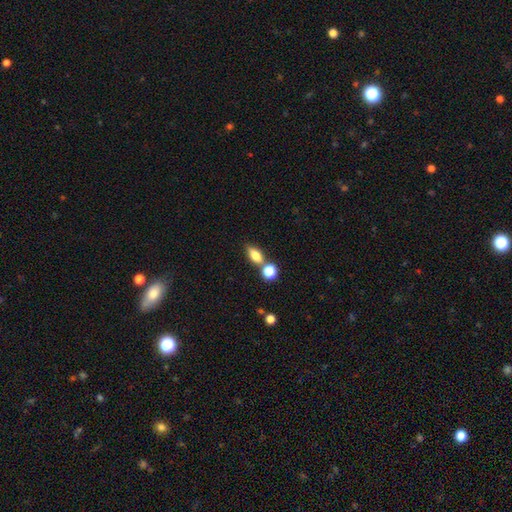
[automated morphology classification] A smooth galaxy with no disk features (77%) that is in between round and cigar-shaped (74%).

Vote fractions:
- Smooth or featured? smooth: 77% / featured or disk: 13% / star or artifact: 10%
- How rounded? in between: 74% / round: 14% / cigar-shaped: 11%
- Merging? none: 61% / merger: 24% / minor disturbance: 11% / major disturbance: 4%